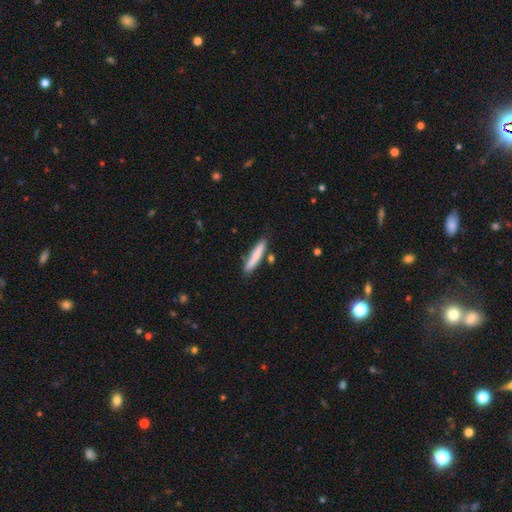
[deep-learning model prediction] Smooth or featured?
  - smooth: 79% *
  - featured or disk: 15%
  - star or artifact: 6%
How rounded?
  - cigar-shaped: 91% *
  - in between: 8%
  - round: 1%
Merging?
  - none: 80% *
  - minor disturbance: 13%
  - merger: 5%
  - major disturbance: 2%